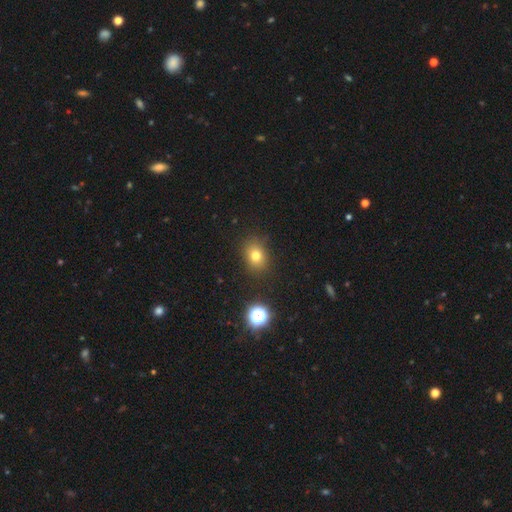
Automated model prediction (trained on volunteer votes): Morphology: type=smooth (76%); roundness=round (54%); merging=none (86%).